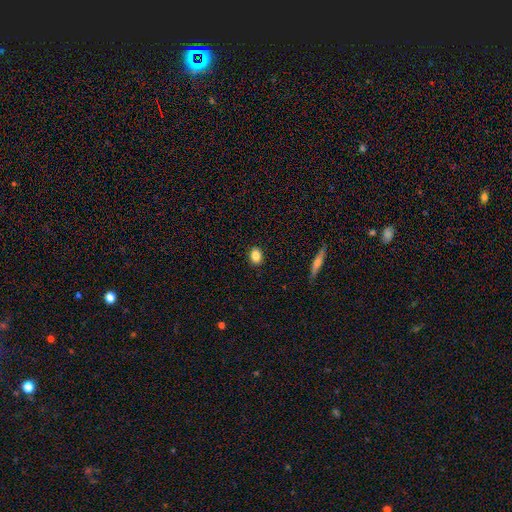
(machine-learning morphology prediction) type=smooth (86%); roundness=in between (57%); merging=none (90%).